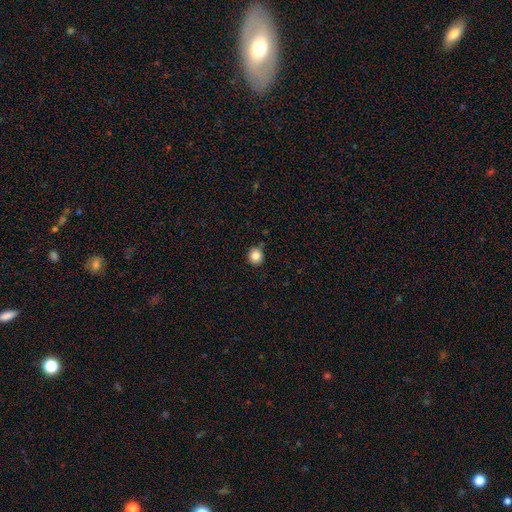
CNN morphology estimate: Smooth or featured: smooth — 85% (star or artifact — 10%)
How rounded: round — 86% (in between — 13%)
Merging: none — 83% (minor disturbance — 12%)